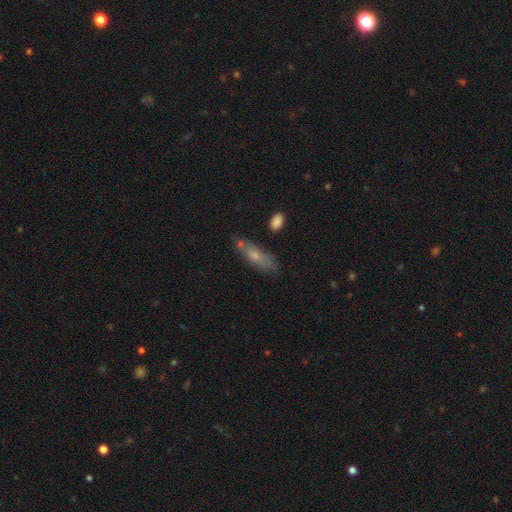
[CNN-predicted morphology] smooth_or_featured: smooth (p=0.59) [alt: featured or disk p=0.32]
how_rounded: in between (p=0.50) [alt: cigar-shaped p=0.47]
merging: none (p=0.60) [alt: minor disturbance p=0.24]